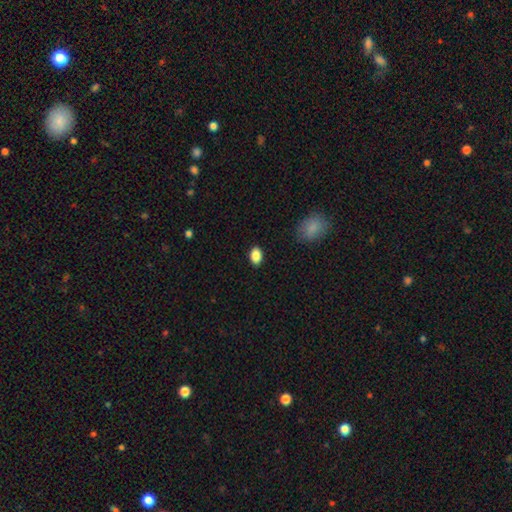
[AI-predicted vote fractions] Smooth or featured? smooth (88%)
How rounded? in between (83%)
Merging? none (89%)